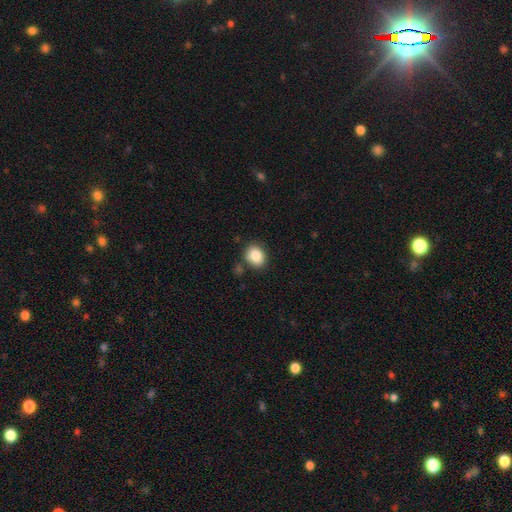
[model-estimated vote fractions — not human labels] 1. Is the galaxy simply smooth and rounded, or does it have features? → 86% smooth, 9% star or artifact, 5% featured or disk.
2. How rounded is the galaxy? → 52% round, 47% in between, 1% cigar-shaped.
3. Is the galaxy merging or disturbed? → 79% none, 12% minor disturbance, 6% merger, 3% major disturbance.